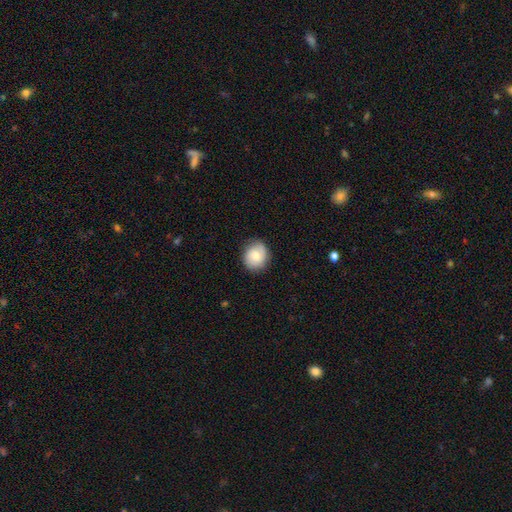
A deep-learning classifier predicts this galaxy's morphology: This appears to be a smooth galaxy with no disk features (63%) that is round (71%). Merging: none (84%).